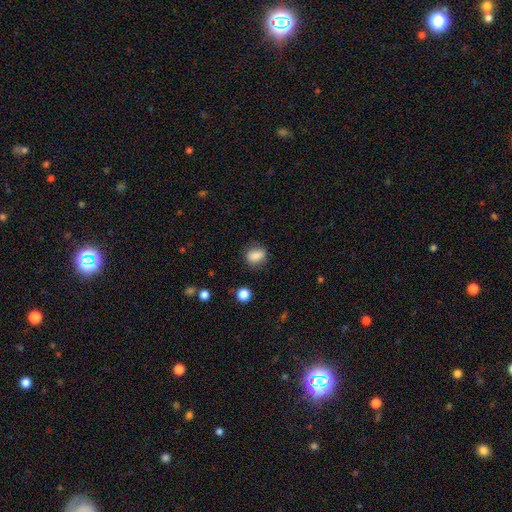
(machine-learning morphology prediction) The model was most divided on "how rounded": in between: 61%, round: 36%, cigar-shaped: 3%. More confident: smooth or featured — smooth (84%); merging — none (74%).